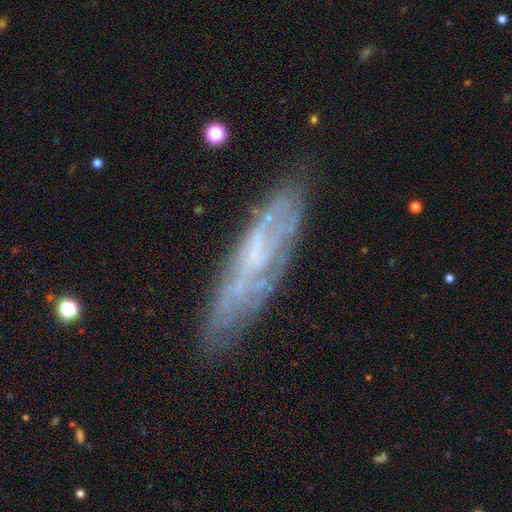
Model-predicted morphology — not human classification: featured or disk 63%, smooth 29%, star or artifact 9%. Down the decision tree: edge-on disk — no (53%); merging — none (73%).